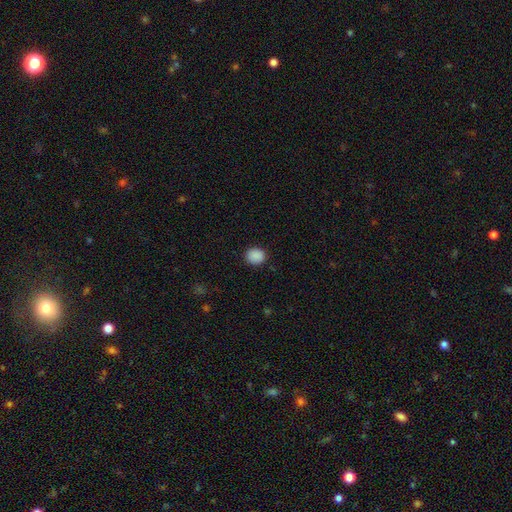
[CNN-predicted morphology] smooth-or-featured: smooth: 89% | star or artifact: 9% | featured or disk: 3%
  how-rounded: round: 71% | in between: 28% | cigar-shaped: 1%
  merging: none: 88% | minor disturbance: 9% | major disturbance: 2% | merger: 1%